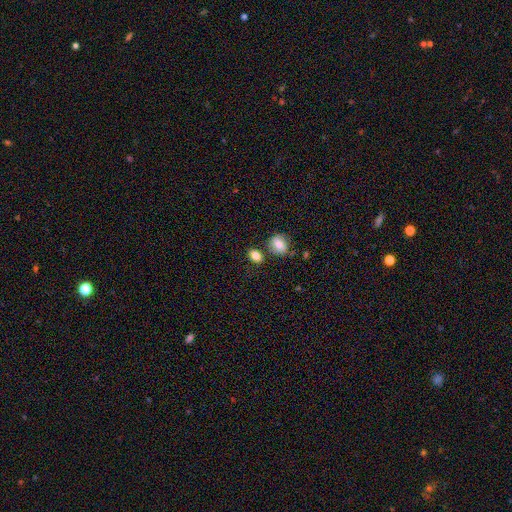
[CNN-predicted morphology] smooth 85%, star or artifact 9%, featured or disk 6%. Down the decision tree: how rounded — in between (73%); merging — none (68%).